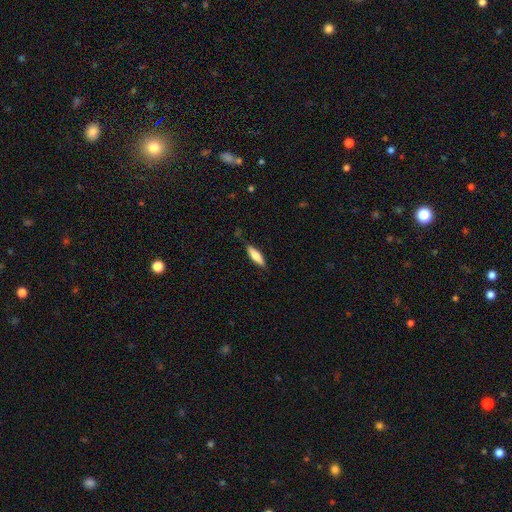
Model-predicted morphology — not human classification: Smooth or featured? Predicted: smooth (p=0.77). How rounded? Predicted: cigar-shaped (p=0.61). Merging? Predicted: none (p=0.81).